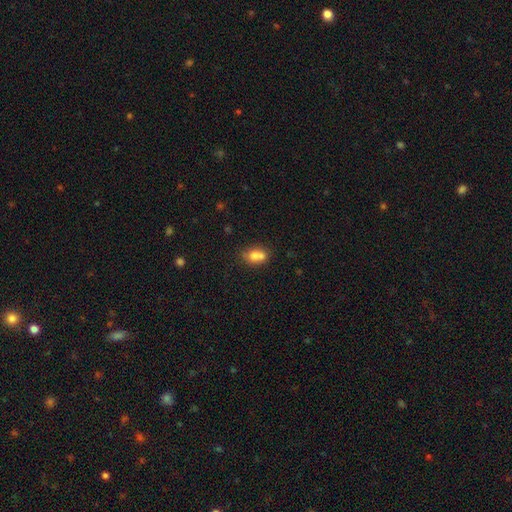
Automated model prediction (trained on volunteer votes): Overall: smooth (72%). How rounded: in between (66%; round 32%). Merging: merger (47%; none 37%).